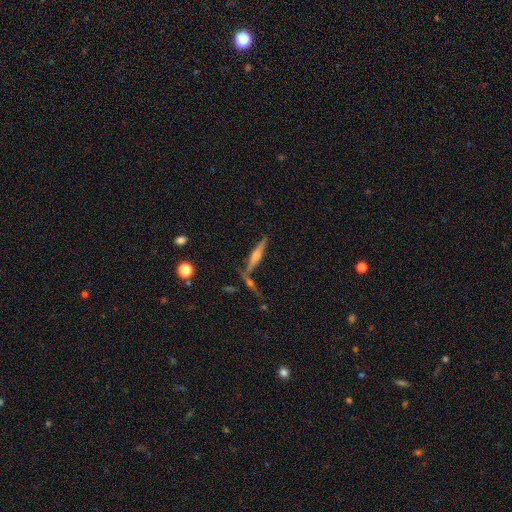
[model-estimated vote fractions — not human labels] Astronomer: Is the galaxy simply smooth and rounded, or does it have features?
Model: featured or disk — 75%.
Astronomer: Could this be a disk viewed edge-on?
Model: yes — 96%.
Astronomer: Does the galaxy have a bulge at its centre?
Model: rounded — 89%.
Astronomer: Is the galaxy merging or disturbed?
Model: none — 69%.